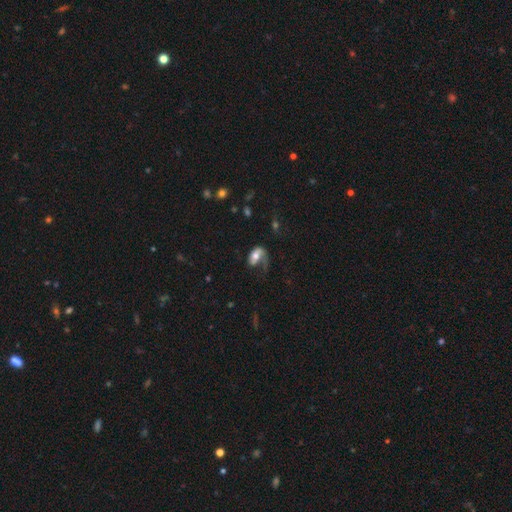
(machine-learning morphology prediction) Q: Smooth or featured?
A: featured or disk (50%); runner-up: smooth (42%)
Q: Merging?
A: major disturbance (47%); runner-up: none (29%)